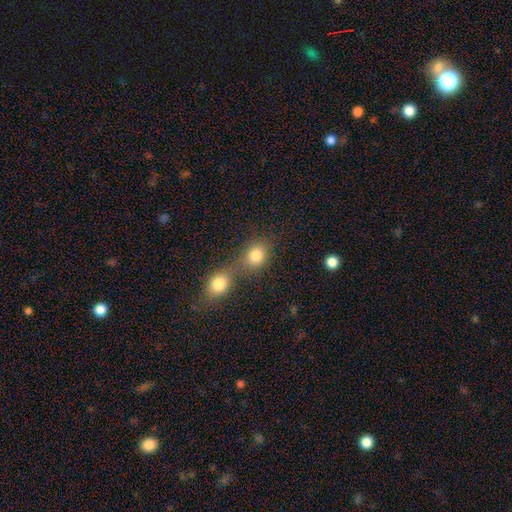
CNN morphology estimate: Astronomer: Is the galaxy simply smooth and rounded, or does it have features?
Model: smooth — 82%.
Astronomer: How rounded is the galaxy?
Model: round — 64%.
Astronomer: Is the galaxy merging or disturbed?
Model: merger — 53% (runner-up: none, 36%).